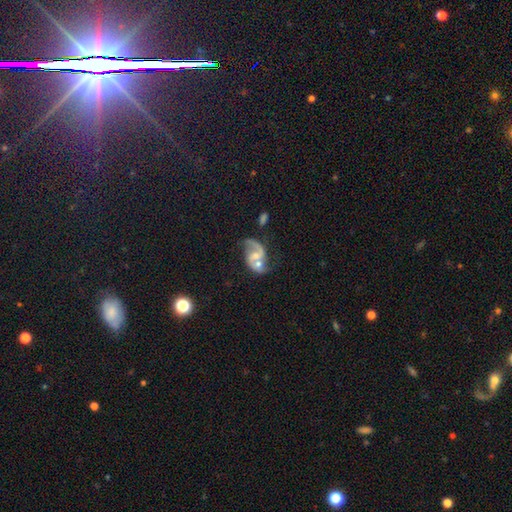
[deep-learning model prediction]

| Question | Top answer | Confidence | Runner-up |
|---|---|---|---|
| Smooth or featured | featured or disk | 78% | smooth (15%) |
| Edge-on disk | no | 98% | yes (2%) |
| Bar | no | 54% | weak (36%) |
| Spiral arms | yes | 89% | no (11%) |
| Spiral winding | loose | 51% | medium (39%) |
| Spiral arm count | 2 | 76% | 1 (16%) |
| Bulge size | moderate | 53% | small (35%) |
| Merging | merger | 49% | none (27%) |